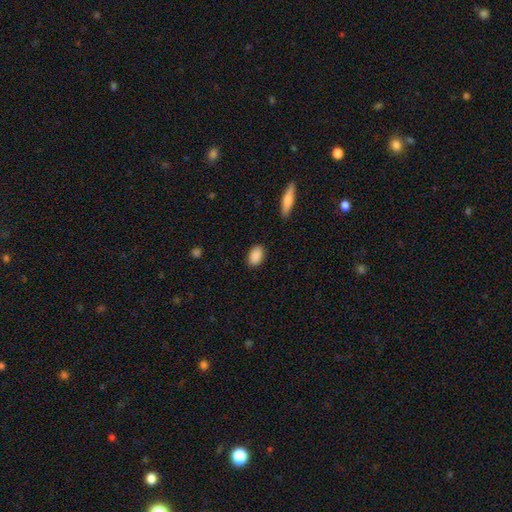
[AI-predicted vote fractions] Smooth or featured?
  - smooth: 89% *
  - star or artifact: 7%
  - featured or disk: 4%
How rounded?
  - in between: 89% *
  - round: 8%
  - cigar-shaped: 2%
Merging?
  - none: 87% *
  - minor disturbance: 10%
  - major disturbance: 2%
  - merger: 1%